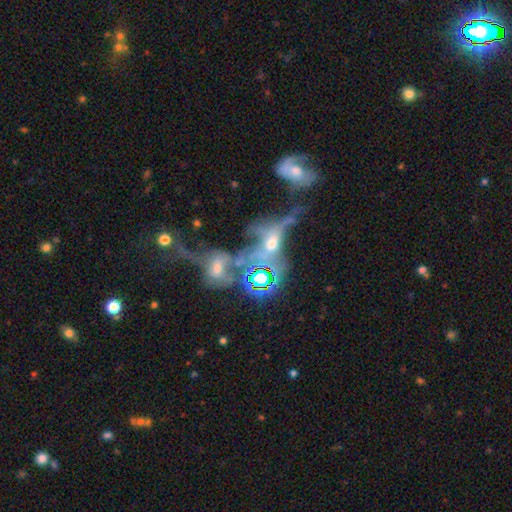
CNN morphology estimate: featured or disk 52%, star or artifact 30%, smooth 18%. Down the decision tree: edge-on disk — no (83%); merging — merger (57%).